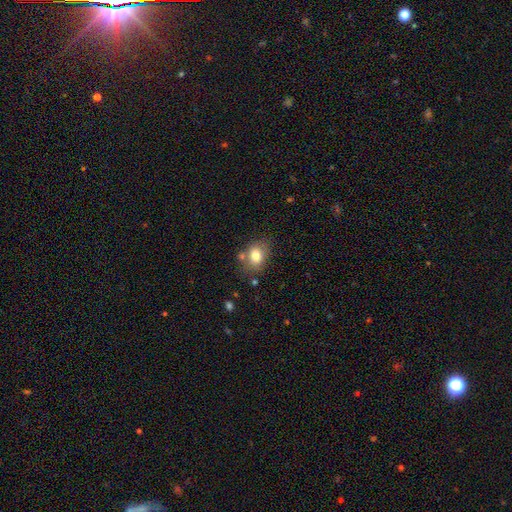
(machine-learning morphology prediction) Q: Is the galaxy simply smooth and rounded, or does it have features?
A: smooth — 77%.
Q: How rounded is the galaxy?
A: in between — 64%.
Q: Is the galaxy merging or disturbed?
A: none — 65%.